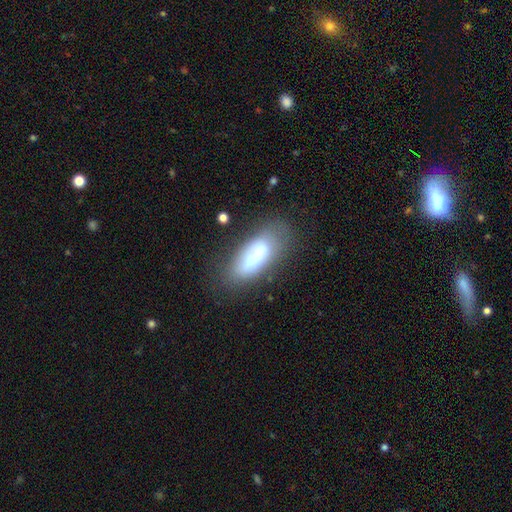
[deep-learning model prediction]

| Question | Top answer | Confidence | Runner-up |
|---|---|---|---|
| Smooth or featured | smooth | 60% | featured or disk (31%) |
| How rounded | in between | 69% | cigar-shaped (28%) |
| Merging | none | 54% | minor disturbance (25%) |